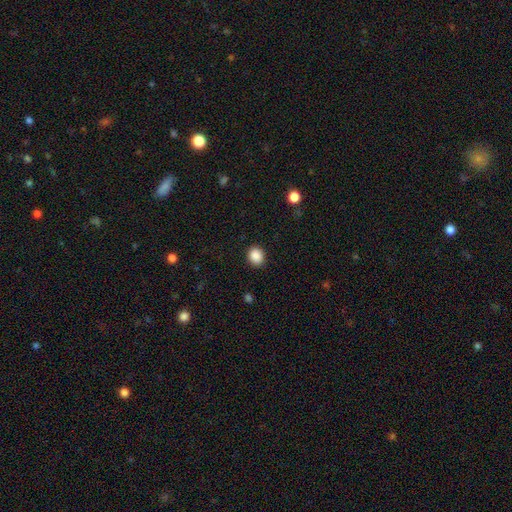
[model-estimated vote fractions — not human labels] Smooth or featured? smooth (88%)
How rounded? round (68%)
Merging? none (90%)